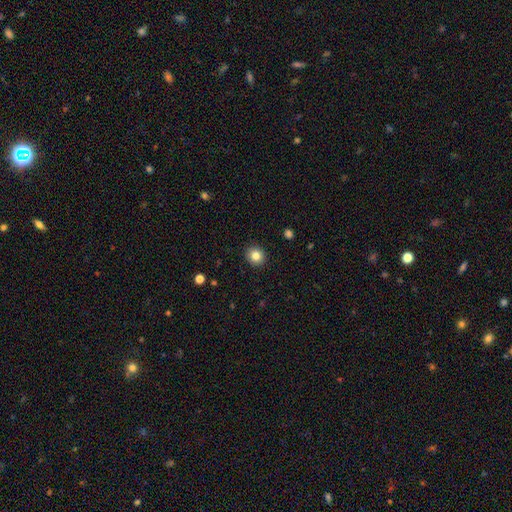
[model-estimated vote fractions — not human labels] smooth 83%, star or artifact 11%, featured or disk 7%. Down the decision tree: how rounded — round (86%); merging — none (92%).